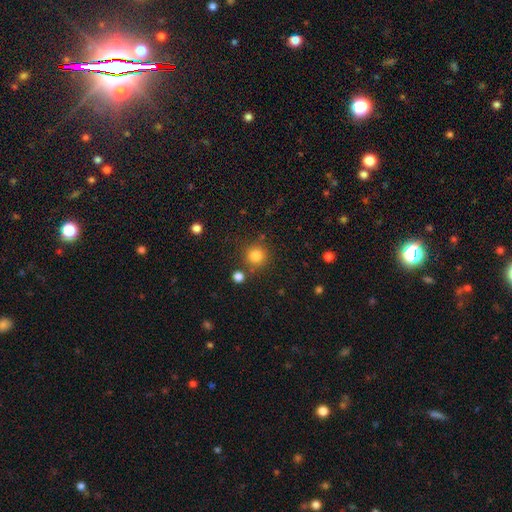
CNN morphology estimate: smooth 83%, star or artifact 12%, featured or disk 5%. Down the decision tree: how rounded — round (93%); merging — none (81%).